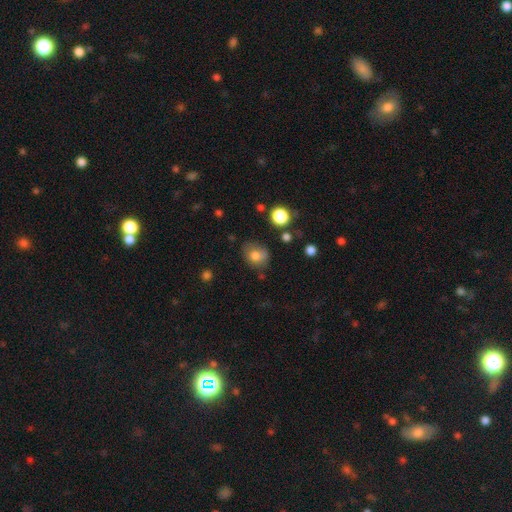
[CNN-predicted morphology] type=smooth (77%); roundness=round (57%); merging=none (64%).